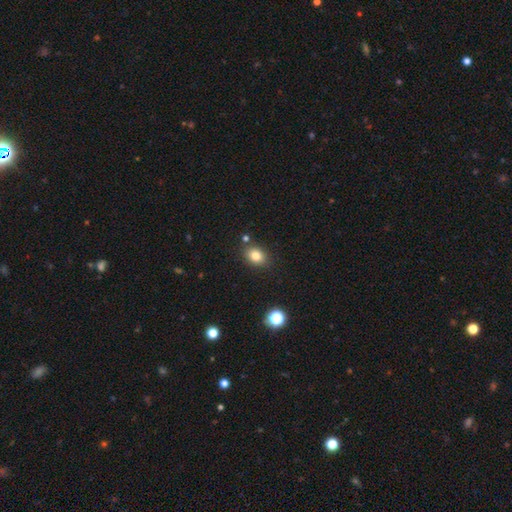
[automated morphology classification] smooth 81%, star or artifact 12%, featured or disk 8%. Down the decision tree: how rounded — in between (63%); merging — none (82%).